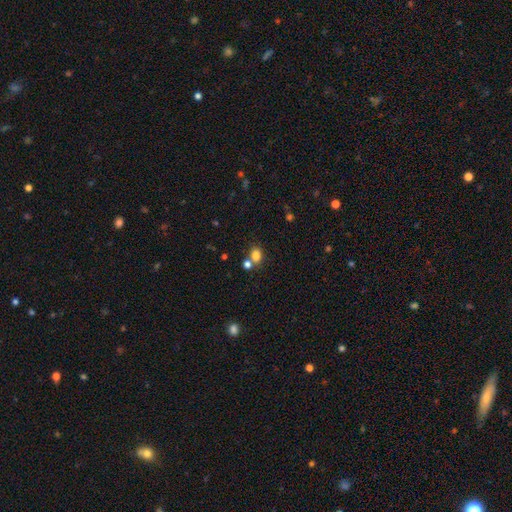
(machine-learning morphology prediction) The model was most divided on "how rounded": in between: 54%, round: 45%, cigar-shaped: 1%. More confident: smooth or featured — smooth (80%); merging — none (59%).